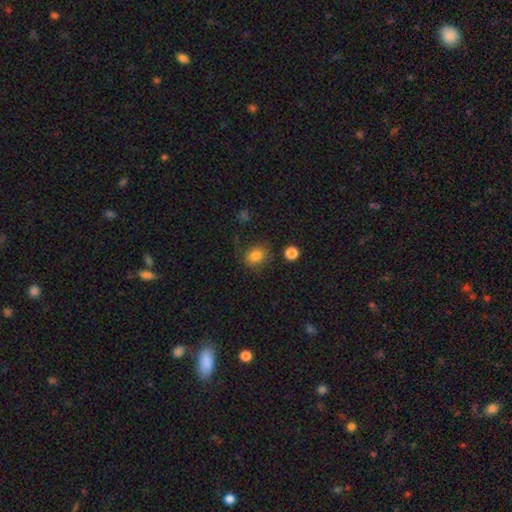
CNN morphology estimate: A smooth galaxy with no disk features (84%) that is round (64%). Merging: none (78%).